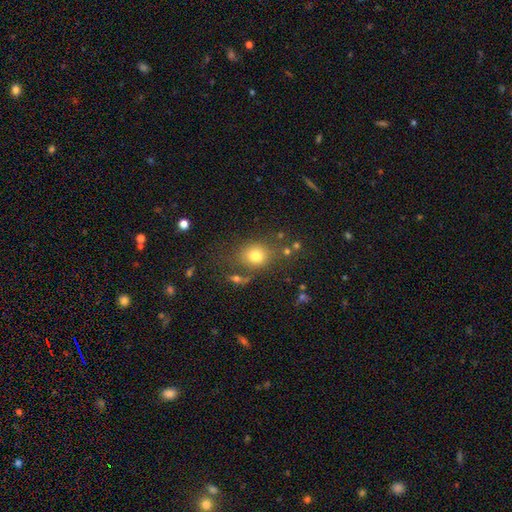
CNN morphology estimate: This appears to be a smooth galaxy with no disk features (77%) that is round (63%). Merging: none (68%).